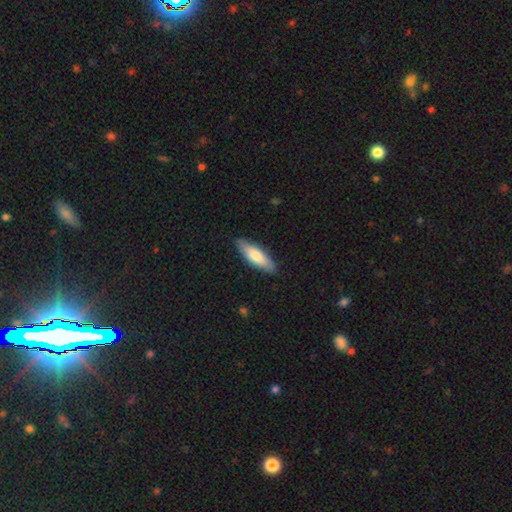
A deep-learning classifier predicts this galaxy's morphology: A smooth galaxy with no disk features (72%) that is cigar-shaped (52%).

Vote fractions:
- Smooth or featured? smooth: 72% / featured or disk: 23% / star or artifact: 5%
- How rounded? cigar-shaped: 52% / in between: 47% / round: 2%
- Merging? none: 87% / minor disturbance: 10% / major disturbance: 2% / merger: 1%